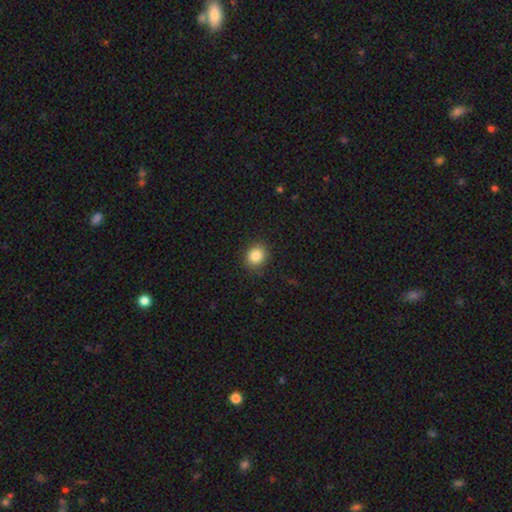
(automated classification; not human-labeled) Smooth or featured?
  - smooth: 85% *
  - star or artifact: 10%
  - featured or disk: 5%
How rounded?
  - round: 70% *
  - in between: 29%
  - cigar-shaped: 1%
Merging?
  - none: 88% *
  - minor disturbance: 8%
  - major disturbance: 2%
  - merger: 1%